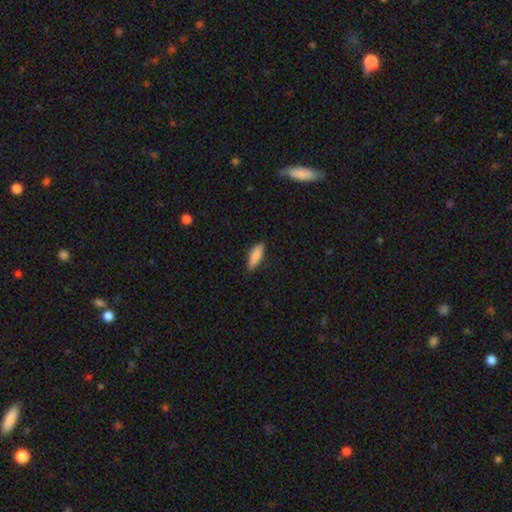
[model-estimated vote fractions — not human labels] smooth 86%, featured or disk 8%, star or artifact 6%. Down the decision tree: how rounded — in between (57%); merging — none (83%).